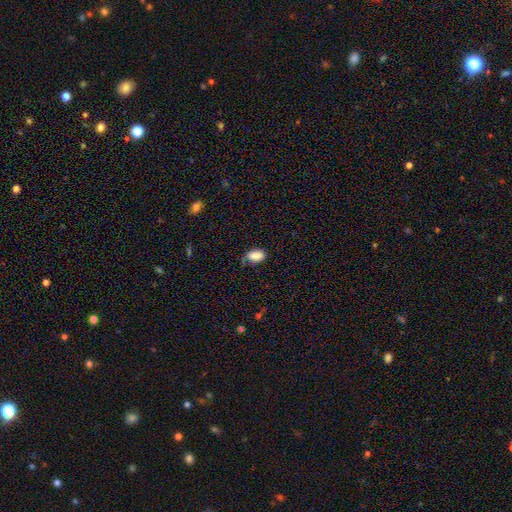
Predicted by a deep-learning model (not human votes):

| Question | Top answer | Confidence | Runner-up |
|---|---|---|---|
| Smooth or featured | smooth | 87% | star or artifact (7%) |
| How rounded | in between | 92% | round (5%) |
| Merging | none | 60% | minor disturbance (29%) |